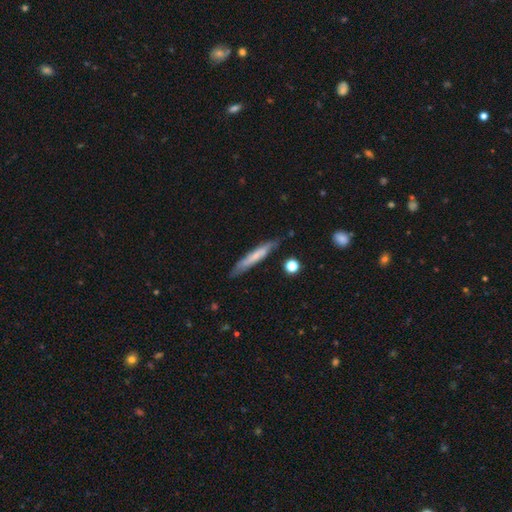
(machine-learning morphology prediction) This appears to be a smooth galaxy with no disk features (55%) that is cigar-shaped (92%). Merging: none (77%).